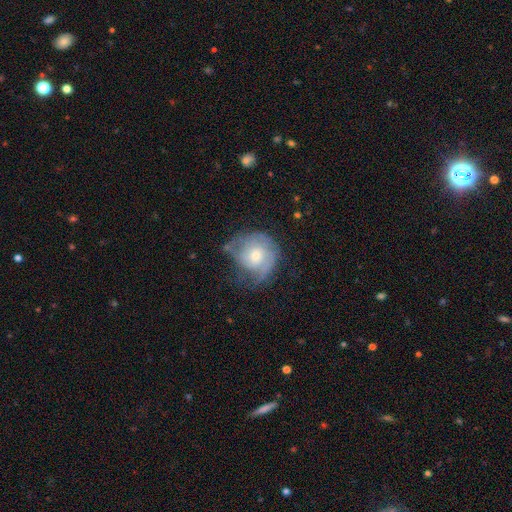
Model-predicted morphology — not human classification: Smooth or featured?
  - featured or disk: 61% *
  - smooth: 32%
  - star or artifact: 7%
Edge-on disk?
  - no: 97% *
  - yes: 3%
Bar?
  - no: 72% *
  - weak: 25%
  - strong: 4%
Spiral arms?
  - yes: 81% *
  - no: 19%
Bulge size?
  - moderate: 53% *
  - small: 39%
  - large: 5%
  - none: 2%
  - dominant: 1%
Merging?
  - none: 46% *
  - minor disturbance: 31%
  - major disturbance: 21%
  - merger: 3%